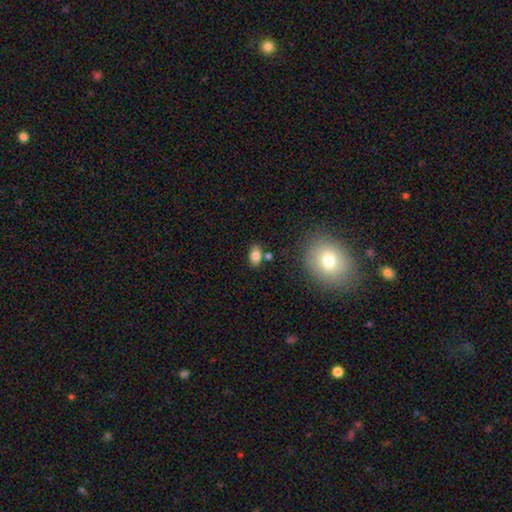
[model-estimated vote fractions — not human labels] Smooth or featured? smooth (80%)
How rounded? in between (85%)
Merging? none (75%)